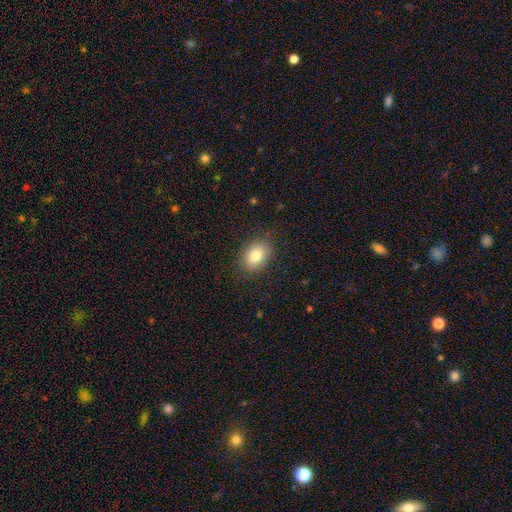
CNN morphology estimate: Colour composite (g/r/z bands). It shows a smooth galaxy with no disk features (82%) that is in between round and cigar-shaped (79%). Merging: none (85%).